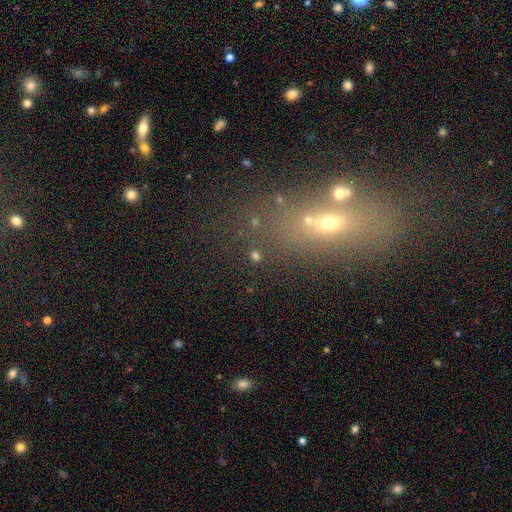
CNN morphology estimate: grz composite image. It shows a smooth galaxy with no disk features (56%) that is round (71%). Merging: none (73%).